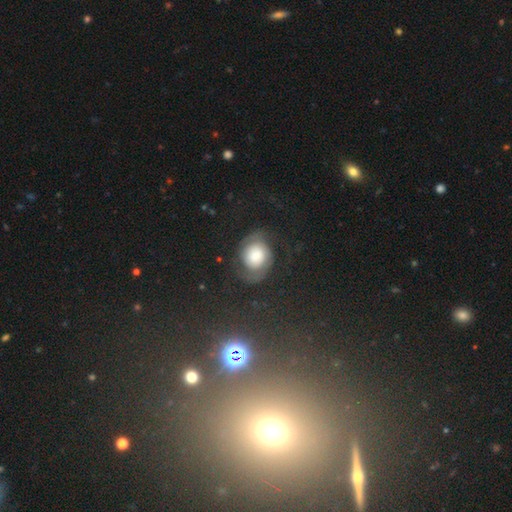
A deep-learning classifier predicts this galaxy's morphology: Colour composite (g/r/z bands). It shows a featured or disk galaxy (54%) with no bar (80%), spiral arms (84%) and a large central bulge (33%). Merging: none (60%).